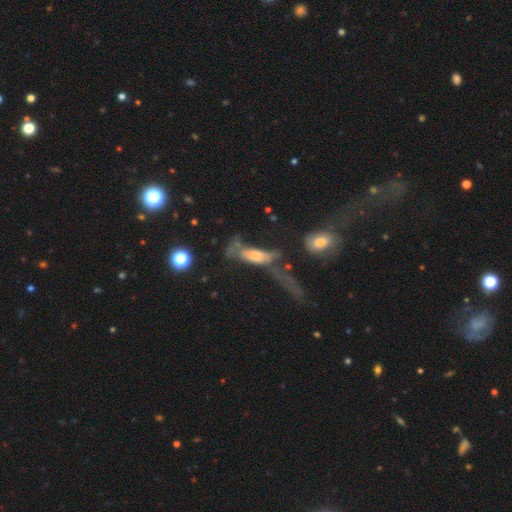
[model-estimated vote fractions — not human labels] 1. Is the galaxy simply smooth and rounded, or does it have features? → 45% smooth, 44% featured or disk, 11% star or artifact.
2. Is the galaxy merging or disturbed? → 44% major disturbance, 24% merger, 17% none, 15% minor disturbance.